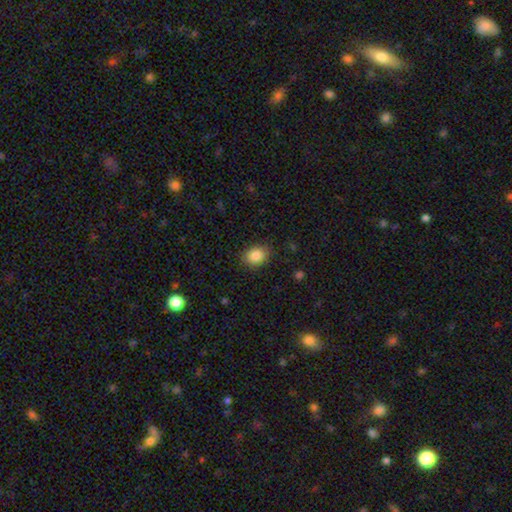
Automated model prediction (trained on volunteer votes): A smooth galaxy with no disk features (85%) that is in between round and cigar-shaped (67%).

Vote fractions:
- Smooth or featured? smooth: 85% / star or artifact: 8% / featured or disk: 6%
- How rounded? in between: 67% / round: 32% / cigar-shaped: 1%
- Merging? none: 84% / minor disturbance: 12% / major disturbance: 3% / merger: 1%